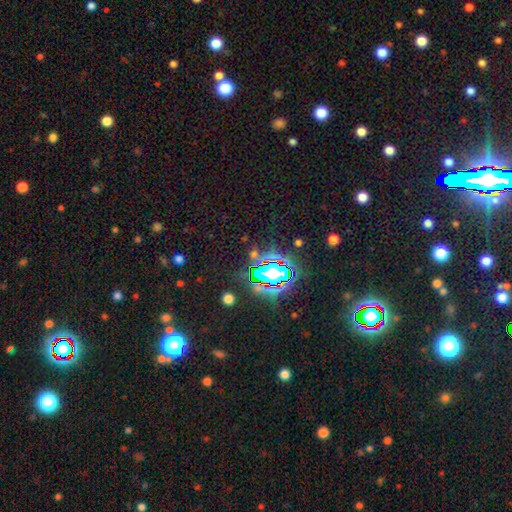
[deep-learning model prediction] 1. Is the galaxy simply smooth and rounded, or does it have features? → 78% star or artifact, 13% smooth, 9% featured or disk.